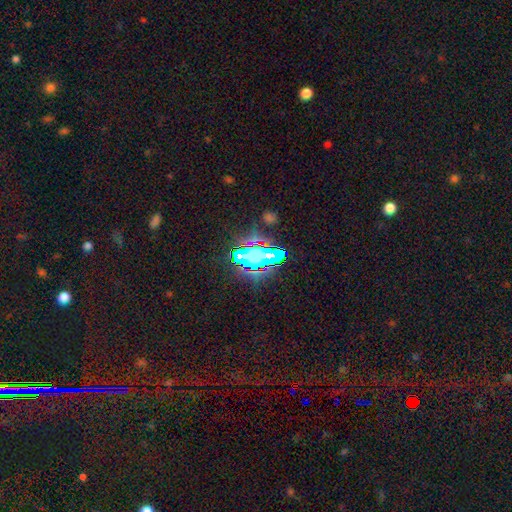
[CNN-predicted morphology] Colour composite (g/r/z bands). It shows a star or artifact, not a galaxy (54%).